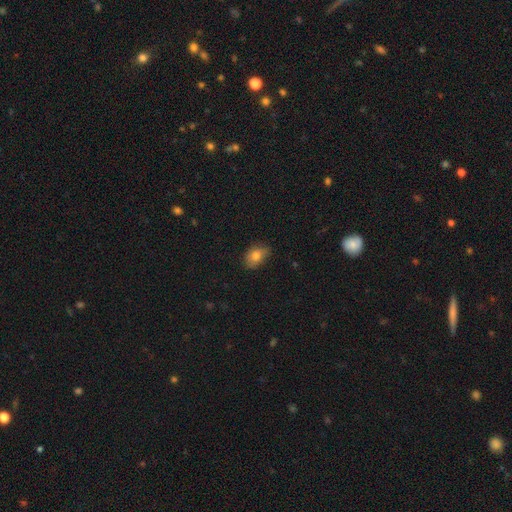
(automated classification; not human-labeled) Smooth or featured: smooth — 80% (featured or disk — 11%)
How rounded: in between — 80% (round — 18%)
Merging: none — 74% (minor disturbance — 21%)